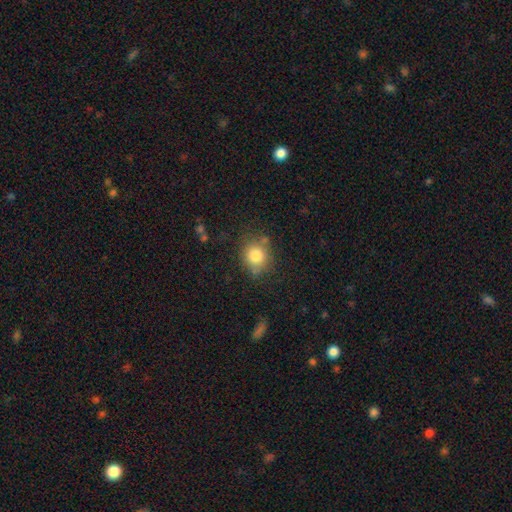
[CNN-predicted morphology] The model was most divided on "how rounded": round: 73%, in between: 26%, cigar-shaped: 1%. More confident: smooth or featured — smooth (81%); merging — none (72%).